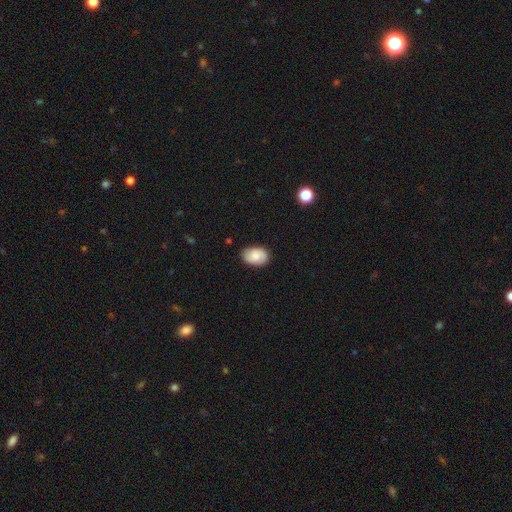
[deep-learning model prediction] Overall: smooth (69%). How rounded: in between (85%). Merging: none (77%).